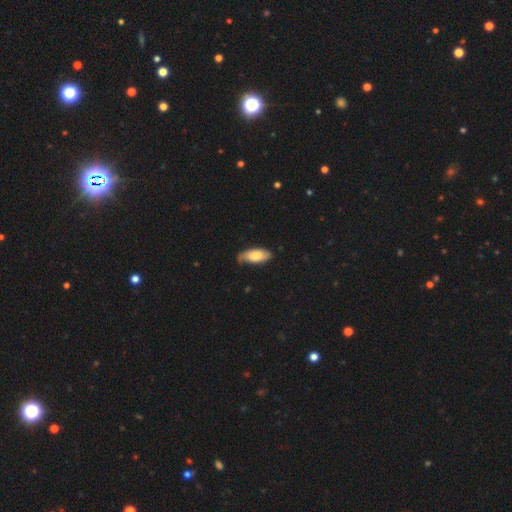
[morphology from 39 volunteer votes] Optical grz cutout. It shows a smooth galaxy with no disk features (79%) that is in between round and cigar-shaped (94%). Merging: none (68%).